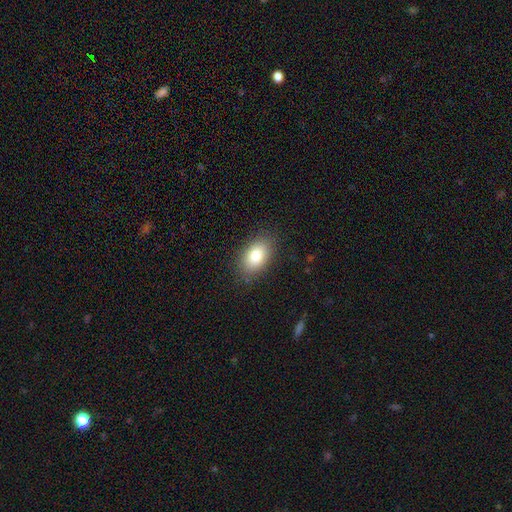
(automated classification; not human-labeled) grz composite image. It shows a smooth galaxy with no disk features (81%) that is in between round and cigar-shaped (89%). Merging: none (85%).